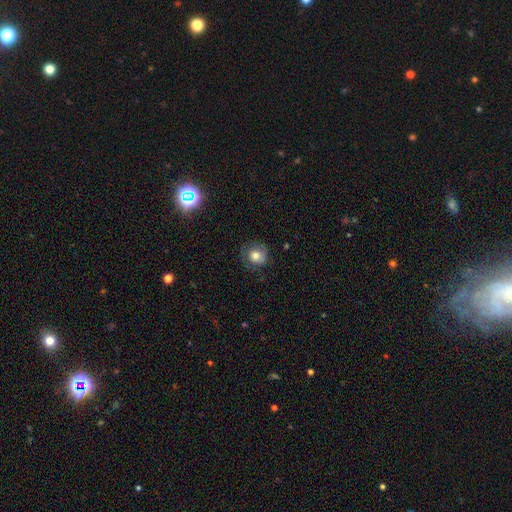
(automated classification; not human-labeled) smooth-or-featured: smooth: 74% | featured or disk: 17% | star or artifact: 9%
  how-rounded: round: 83% | in between: 16% | cigar-shaped: 1%
  merging: none: 71% | minor disturbance: 19% | major disturbance: 8% | merger: 1%